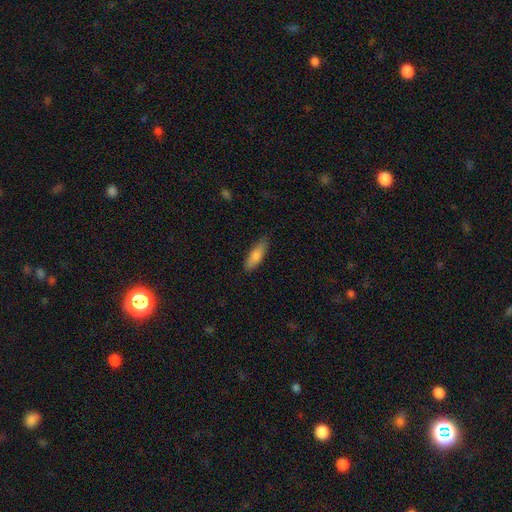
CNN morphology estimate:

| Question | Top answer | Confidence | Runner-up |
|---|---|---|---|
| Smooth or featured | smooth | 77% | featured or disk (17%) |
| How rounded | cigar-shaped | 56% | in between (42%) |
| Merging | none | 84% | minor disturbance (13%) |